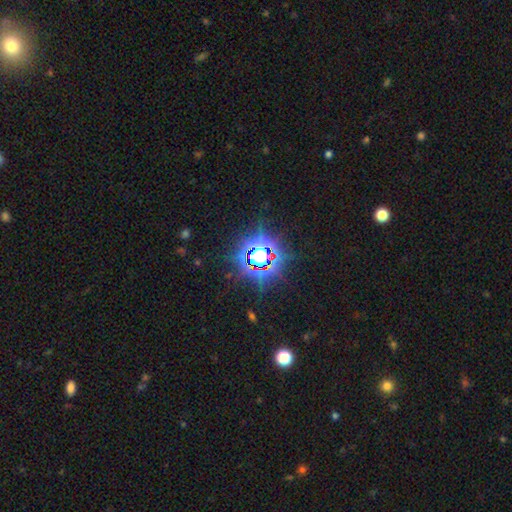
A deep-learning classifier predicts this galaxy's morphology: Smooth or featured? star or artifact (79%)